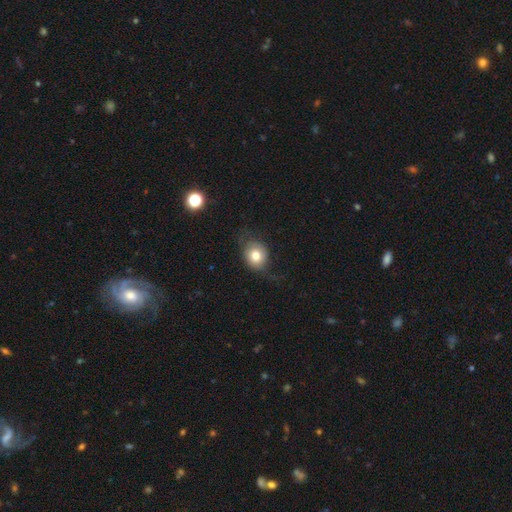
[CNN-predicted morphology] Overall: smooth (72%). How rounded: round (68%; in between 31%). Merging: none (59%; minor disturbance 25%).